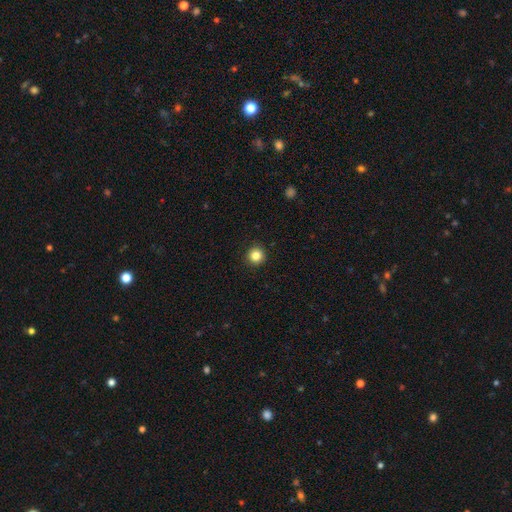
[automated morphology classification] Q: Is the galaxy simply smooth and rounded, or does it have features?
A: smooth — 84%.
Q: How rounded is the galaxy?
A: round — 95%.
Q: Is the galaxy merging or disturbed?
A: none — 93%.